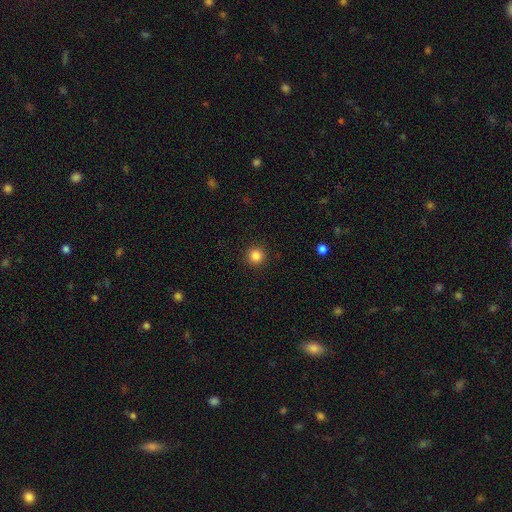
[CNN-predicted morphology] This appears to be a smooth galaxy with no disk features (85%) that is round (96%). Merging: none (92%).